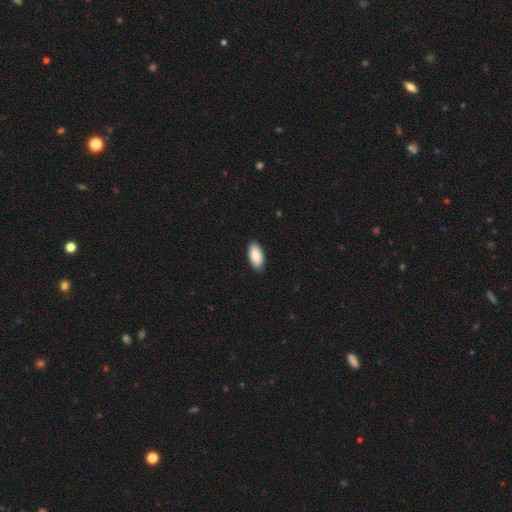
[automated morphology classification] type=smooth (85%); roundness=in between (92%); merging=none (88%).